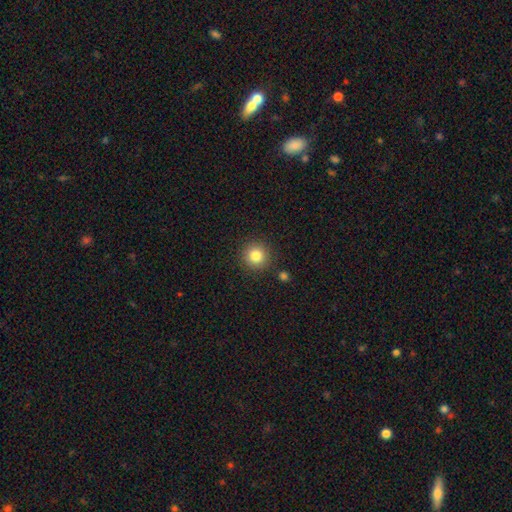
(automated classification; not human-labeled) smooth 83%, star or artifact 10%, featured or disk 6%. Down the decision tree: how rounded — round (94%); merging — none (89%).